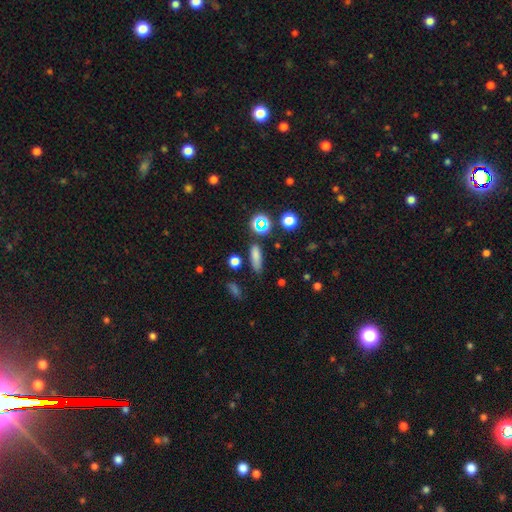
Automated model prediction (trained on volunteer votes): Q: Smooth or featured?
A: smooth (75%); runner-up: star or artifact (16%)
Q: How rounded?
A: cigar-shaped (46%); runner-up: in between (45%)
Q: Merging?
A: none (77%); runner-up: minor disturbance (14%)